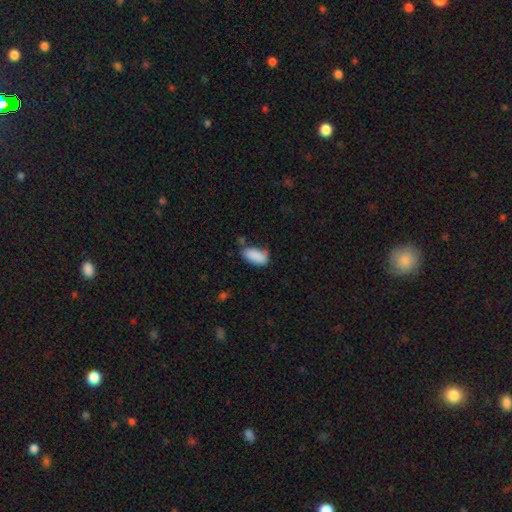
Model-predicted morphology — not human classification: A smooth galaxy with no disk features (88%) that is in between round and cigar-shaped (91%). Merging: none (60%).